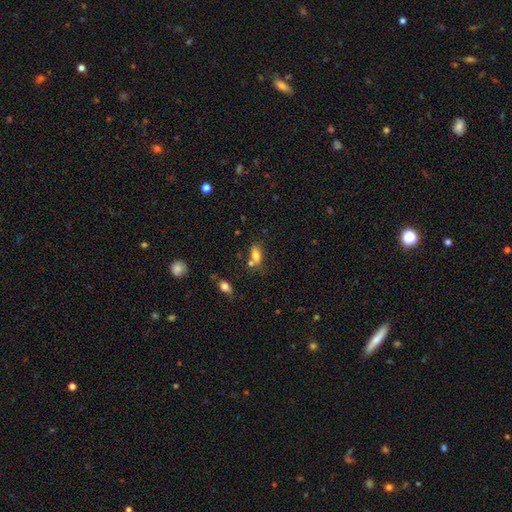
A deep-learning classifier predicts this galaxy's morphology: This appears to be a smooth galaxy with no disk features (76%) that is in between round and cigar-shaped (81%). Merging: none (55%).